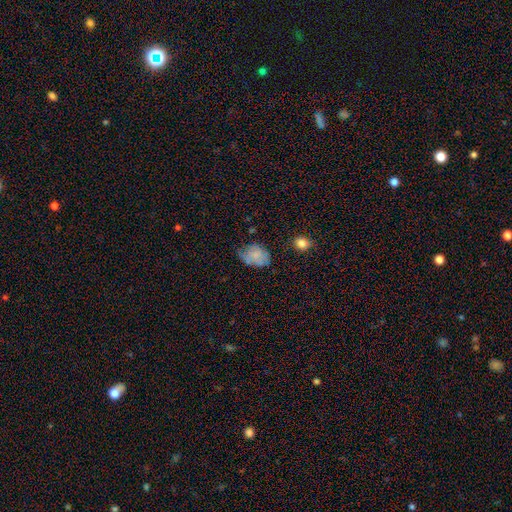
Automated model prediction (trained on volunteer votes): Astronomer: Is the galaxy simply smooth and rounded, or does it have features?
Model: smooth — 67%.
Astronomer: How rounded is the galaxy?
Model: in between — 71%.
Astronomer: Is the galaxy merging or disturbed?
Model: none — 49% (runner-up: minor disturbance, 34%).